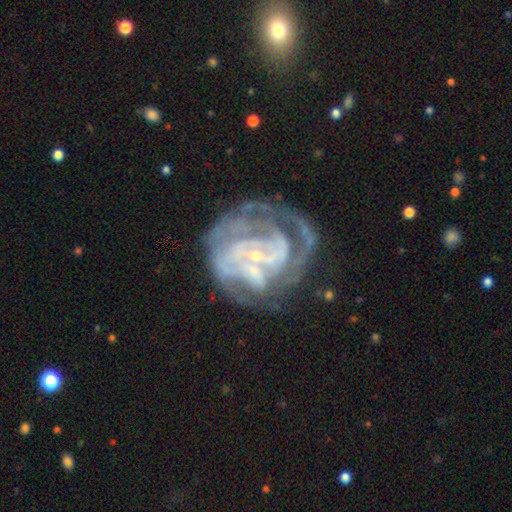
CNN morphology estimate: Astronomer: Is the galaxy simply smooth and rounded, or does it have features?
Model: featured or disk — 82%.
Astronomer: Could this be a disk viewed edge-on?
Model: no — 98%.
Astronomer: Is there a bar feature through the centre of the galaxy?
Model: no — 57%.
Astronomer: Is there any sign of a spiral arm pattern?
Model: yes — 81%.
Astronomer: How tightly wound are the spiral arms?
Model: tight — 58%.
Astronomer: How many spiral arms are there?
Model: can't tell — 41% (runner-up: 2, 19%).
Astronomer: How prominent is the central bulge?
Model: small — 75%.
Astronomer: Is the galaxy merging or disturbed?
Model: none — 42% (runner-up: major disturbance, 27%).